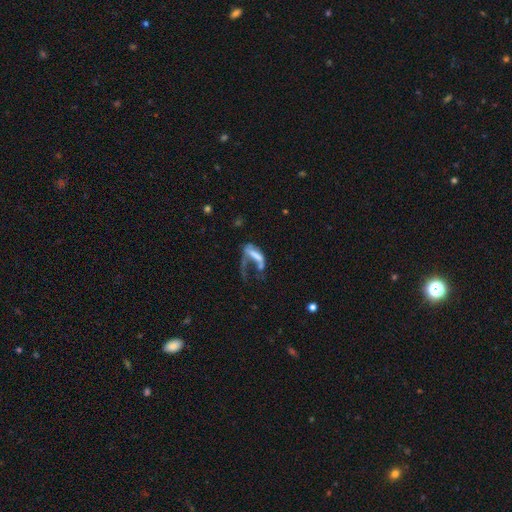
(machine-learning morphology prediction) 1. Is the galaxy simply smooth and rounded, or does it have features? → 48% featured or disk, 41% smooth, 11% star or artifact.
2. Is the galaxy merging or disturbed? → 58% major disturbance, 16% none, 15% merger, 11% minor disturbance.